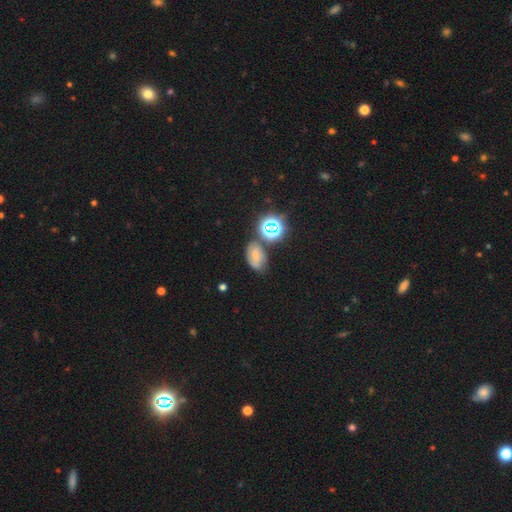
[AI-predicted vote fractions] A smooth galaxy with no disk features (44%).

Vote fractions:
- Smooth or featured? smooth: 44% / featured or disk: 31% / star or artifact: 25%
- Merging? none: 57% / minor disturbance: 24% / merger: 11% / major disturbance: 8%